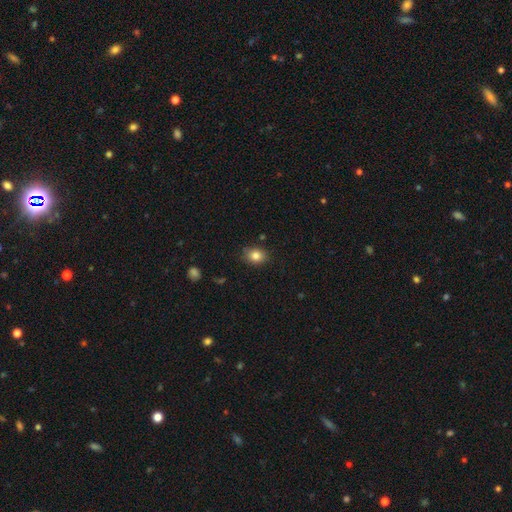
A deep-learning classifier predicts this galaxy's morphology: Smooth or featured?
  - smooth: 83% *
  - star or artifact: 10%
  - featured or disk: 7%
How rounded?
  - in between: 56% *
  - round: 43%
  - cigar-shaped: 1%
Merging?
  - none: 84% *
  - minor disturbance: 12%
  - major disturbance: 2%
  - merger: 2%